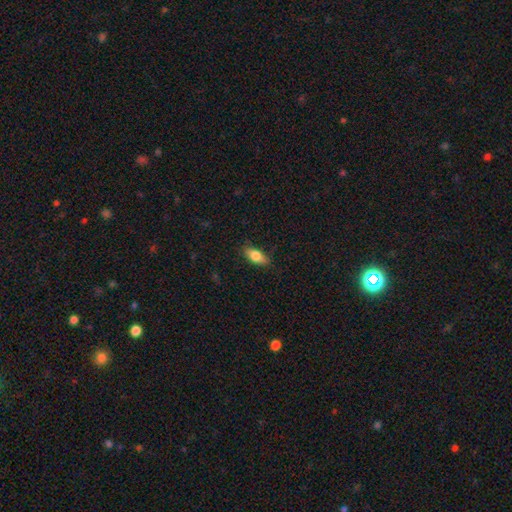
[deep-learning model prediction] smooth-or-featured: smooth: 80% | featured or disk: 13% | star or artifact: 7%
  how-rounded: in between: 83% | cigar-shaped: 14% | round: 3%
  merging: none: 82% | minor disturbance: 14% | major disturbance: 3% | merger: 1%